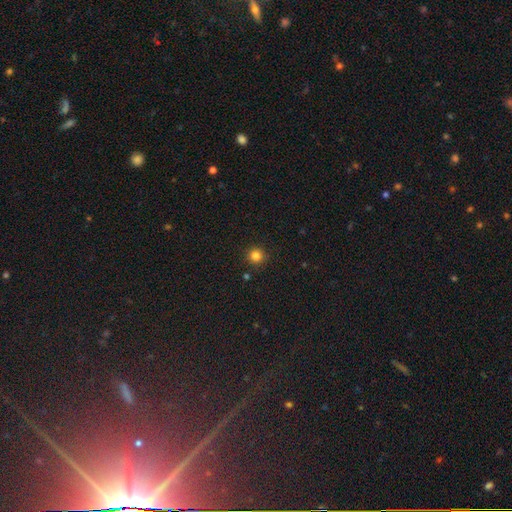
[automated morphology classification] Smooth or featured: smooth — 82% (star or artifact — 13%)
How rounded: round — 94% (in between — 5%)
Merging: none — 91% (minor disturbance — 6%)